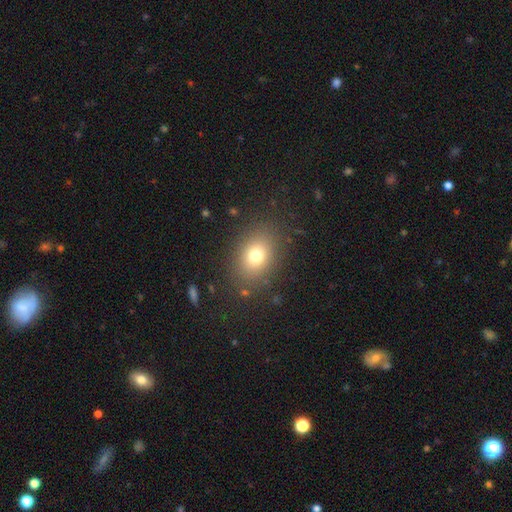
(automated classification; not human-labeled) This is likely a smooth galaxy (75%). How rounded: likely in between (69%). Merging: clearly none (84%).